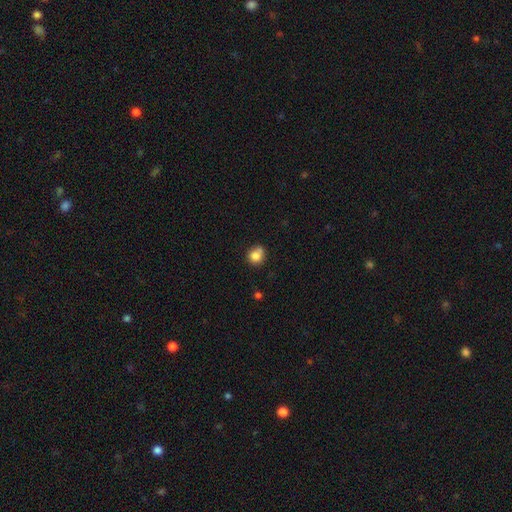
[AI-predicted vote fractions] The model was most divided on "merging": none: 57%, minor disturbance: 22%, merger: 15%, major disturbance: 6%. More confident: smooth or featured — smooth (81%); how rounded — round (80%).